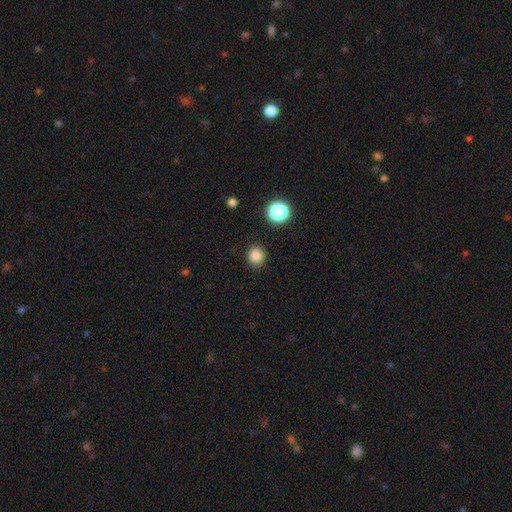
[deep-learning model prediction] A smooth galaxy with no disk features (84%) that is round (84%).

Vote fractions:
- Smooth or featured? smooth: 84% / star or artifact: 13% / featured or disk: 4%
- How rounded? round: 84% / in between: 15% / cigar-shaped: 1%
- Merging? none: 88% / minor disturbance: 8% / major disturbance: 3% / merger: 2%